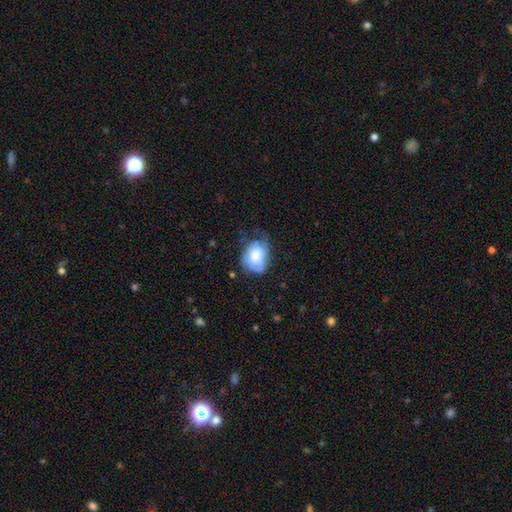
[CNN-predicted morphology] smooth 61%, featured or disk 32%, star or artifact 7%. Down the decision tree: how rounded — in between (69%); merging — none (42%).